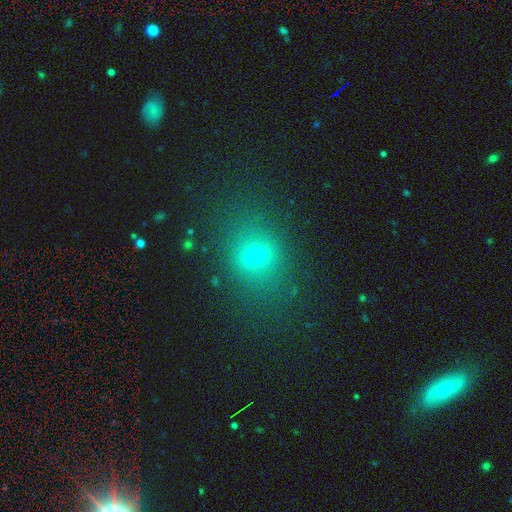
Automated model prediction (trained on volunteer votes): A smooth galaxy with no disk features (63%) that is in between round and cigar-shaped (51%). Merging: none (79%).